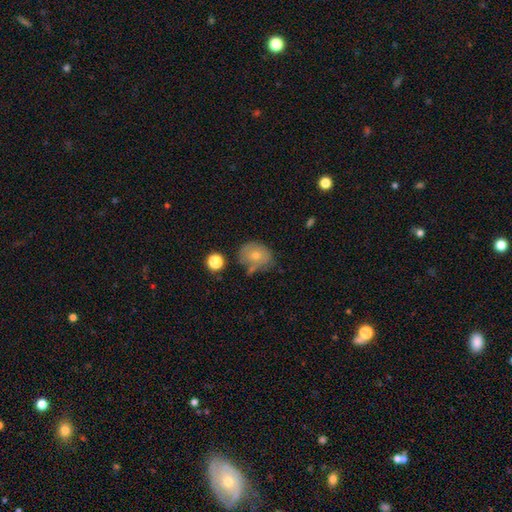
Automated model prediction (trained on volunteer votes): This appears to be a smooth galaxy with no disk features (68%) that is round (57%). Merging: none (54%).